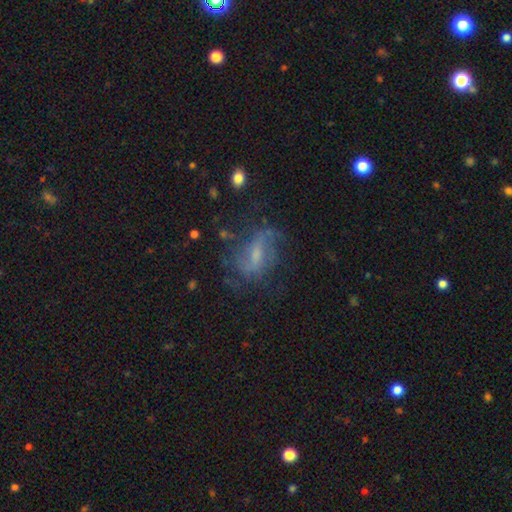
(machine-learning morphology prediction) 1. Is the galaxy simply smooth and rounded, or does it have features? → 62% featured or disk, 27% smooth, 11% star or artifact.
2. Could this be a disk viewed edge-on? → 94% no, 6% yes.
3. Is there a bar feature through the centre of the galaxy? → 51% weak, 26% no, 23% strong.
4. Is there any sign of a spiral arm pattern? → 76% yes, 24% no.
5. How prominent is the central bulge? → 41% small, 34% moderate, 19% none, 5% large, 1% dominant.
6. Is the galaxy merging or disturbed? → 54% none, 22% minor disturbance, 21% major disturbance, 3% merger.